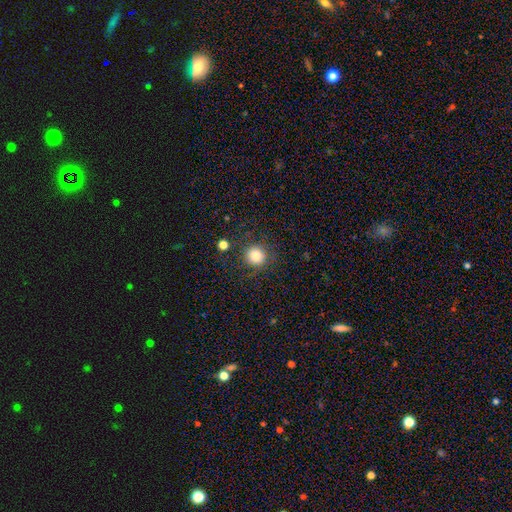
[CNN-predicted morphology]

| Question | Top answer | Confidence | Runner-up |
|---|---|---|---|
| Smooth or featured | smooth | 82% | star or artifact (12%) |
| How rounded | round | 91% | in between (8%) |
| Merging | none | 82% | minor disturbance (10%) |